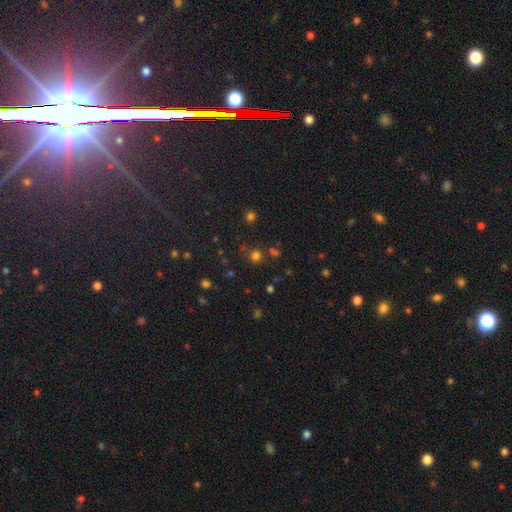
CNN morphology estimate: Overall: smooth (66%; star or artifact 29%). How rounded: round (87%). Merging: none (77%).